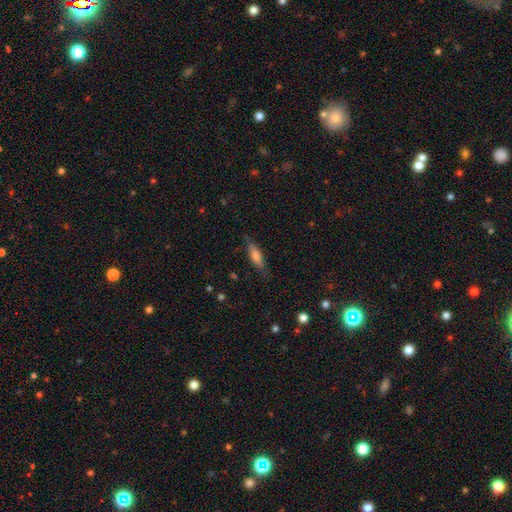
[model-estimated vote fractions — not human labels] Morphology: type=smooth (67%); roundness=cigar-shaped (58%); merging=none (76%).